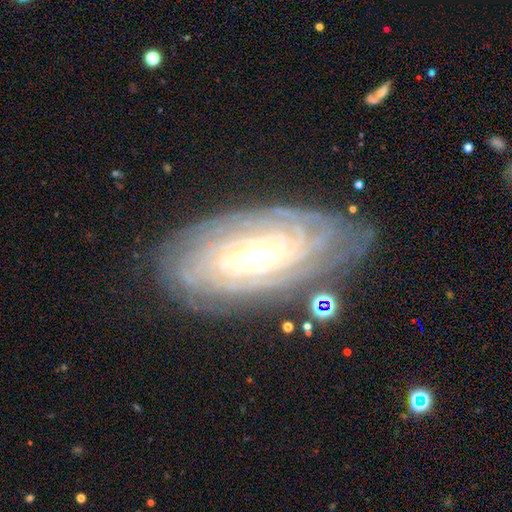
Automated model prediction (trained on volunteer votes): Smooth or featured? Predicted: featured or disk (p=0.87). Edge-on disk? Predicted: no (p=0.93). Bar? Predicted: weak (p=0.42). Spiral arms? Predicted: yes (p=0.97). Spiral winding? Predicted: tight (p=0.85). Spiral arm count? Predicted: can't tell (p=0.33). Bulge size? Predicted: small (p=0.55). Merging? Predicted: none (p=0.77).